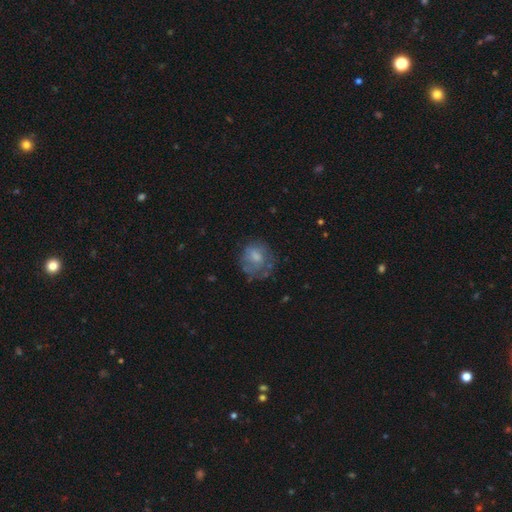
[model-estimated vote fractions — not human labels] This is possibly a smooth galaxy (52%). How rounded: likely round (76%). Merging: likely none (60%).